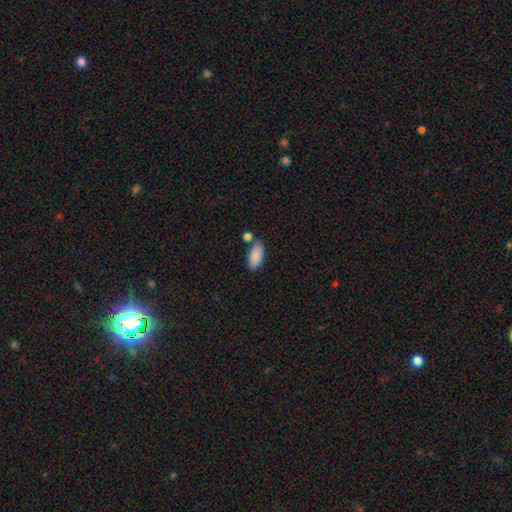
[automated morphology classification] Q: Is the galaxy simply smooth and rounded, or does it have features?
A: smooth — 88%.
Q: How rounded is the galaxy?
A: in between — 90%.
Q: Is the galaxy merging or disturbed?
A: none — 71%.